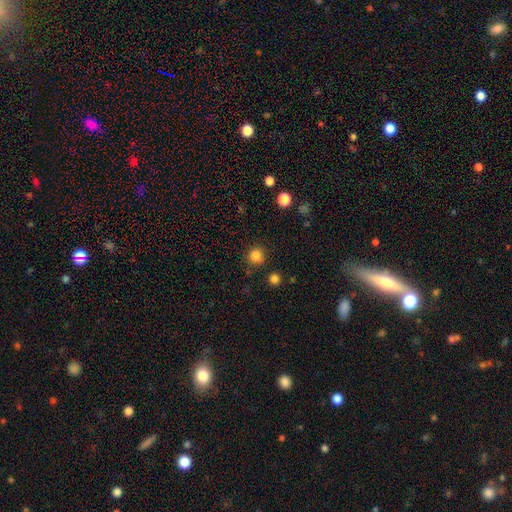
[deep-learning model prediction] smooth_or_featured: smooth (p=0.84) [alt: star or artifact p=0.12]
how_rounded: round (p=0.92) [alt: in between p=0.07]
merging: none (p=0.86) [alt: minor disturbance p=0.08]